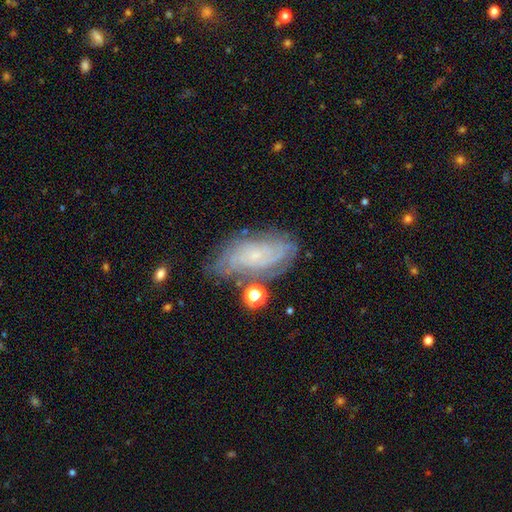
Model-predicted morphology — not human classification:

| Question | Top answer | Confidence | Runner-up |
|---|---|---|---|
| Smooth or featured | featured or disk | 77% | smooth (14%) |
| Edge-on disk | no | 94% | yes (6%) |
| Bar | no | 76% | weak (19%) |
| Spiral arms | yes | 93% | no (7%) |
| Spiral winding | tight | 74% | medium (21%) |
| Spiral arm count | can't tell | 47% | 2 (15%) |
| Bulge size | small | 83% | moderate (9%) |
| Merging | none | 70% | minor disturbance (19%) |